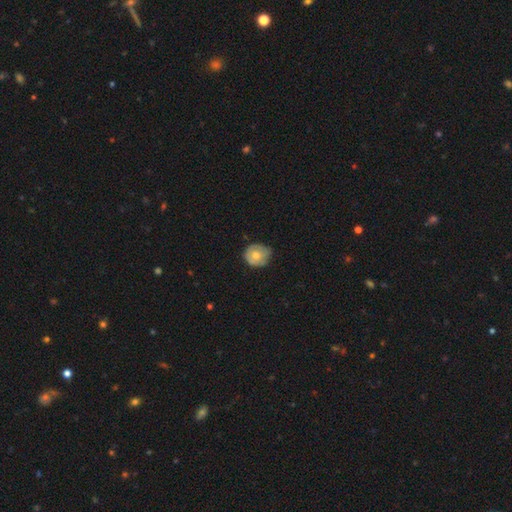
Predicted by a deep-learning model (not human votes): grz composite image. It shows a smooth galaxy with no disk features (66%) that is round (83%). Merging: none (59%).